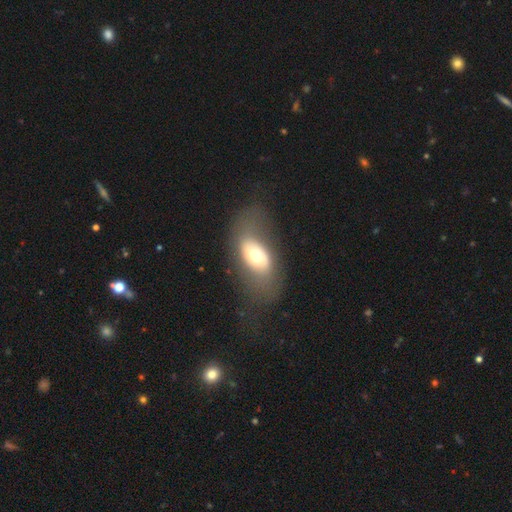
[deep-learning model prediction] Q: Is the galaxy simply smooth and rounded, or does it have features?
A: smooth — 51%.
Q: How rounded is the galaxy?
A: in between — 83%.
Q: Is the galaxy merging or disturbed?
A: none — 61%.